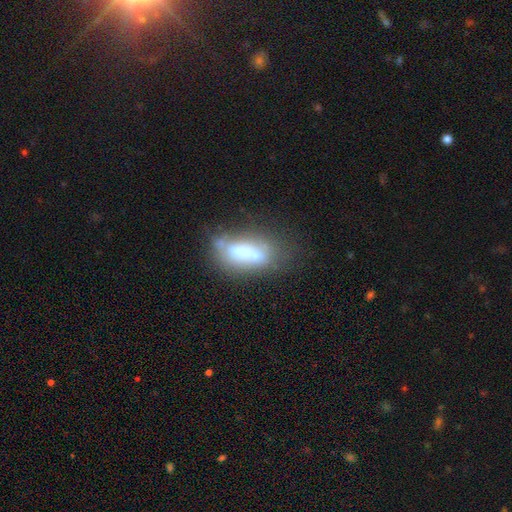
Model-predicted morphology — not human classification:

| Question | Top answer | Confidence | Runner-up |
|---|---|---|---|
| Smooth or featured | smooth | 51% | featured or disk (38%) |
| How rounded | in between | 71% | cigar-shaped (23%) |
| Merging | none | 38% | merger (26%) |